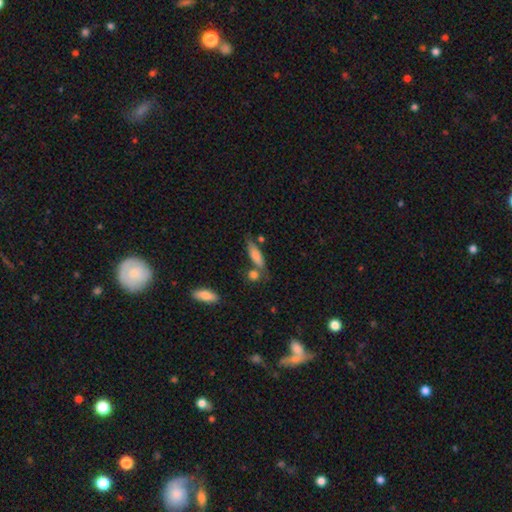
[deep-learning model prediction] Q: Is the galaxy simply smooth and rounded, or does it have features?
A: smooth — 72%.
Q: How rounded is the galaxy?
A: cigar-shaped — 57%.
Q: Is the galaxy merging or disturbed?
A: none — 64%.